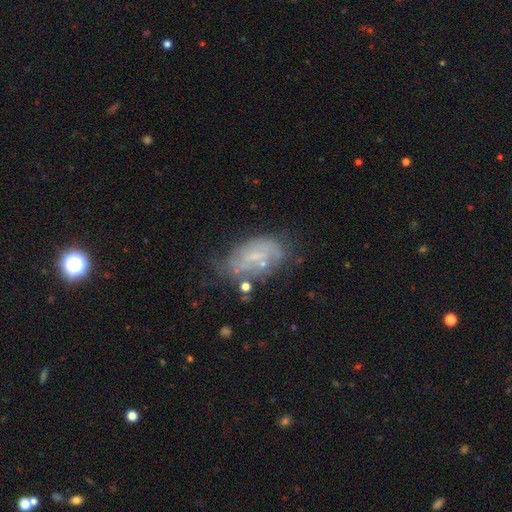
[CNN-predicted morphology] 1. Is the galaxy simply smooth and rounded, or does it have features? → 60% featured or disk, 29% smooth, 11% star or artifact.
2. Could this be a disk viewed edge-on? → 95% no, 5% yes.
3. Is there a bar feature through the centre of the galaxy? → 46% no, 42% weak, 12% strong.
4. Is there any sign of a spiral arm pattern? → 61% yes, 39% no.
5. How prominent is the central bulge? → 56% small, 27% none, 15% moderate, 1% large, 1% dominant.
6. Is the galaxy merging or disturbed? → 49% none, 28% minor disturbance, 17% major disturbance, 7% merger.